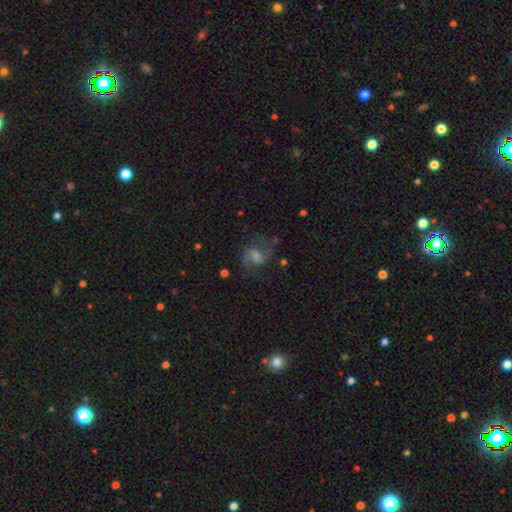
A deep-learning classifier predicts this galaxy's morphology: featured or disk 76%, star or artifact 12%, smooth 12%. Down the decision tree: edge-on disk — no (98%); bar — weak (54%); spiral arms — yes (95%); spiral arm count — 2 (89%); spiral winding — medium (52%); bulge size — moderate (33%); merging — none (72%).